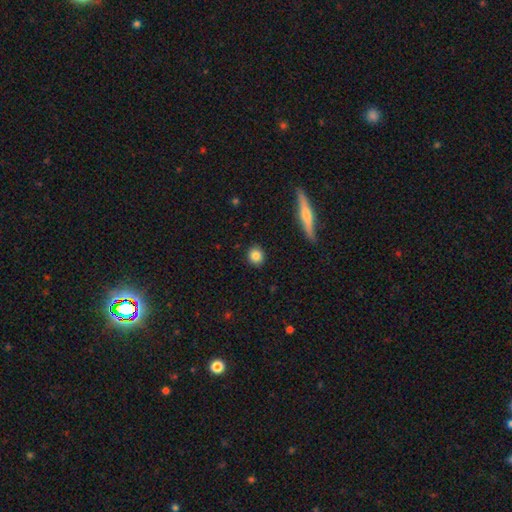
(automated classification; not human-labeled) Smooth or featured?
  - smooth: 85% *
  - star or artifact: 9%
  - featured or disk: 7%
How rounded?
  - round: 86% *
  - in between: 12%
  - cigar-shaped: 2%
Merging?
  - none: 91% *
  - minor disturbance: 6%
  - major disturbance: 2%
  - merger: 1%